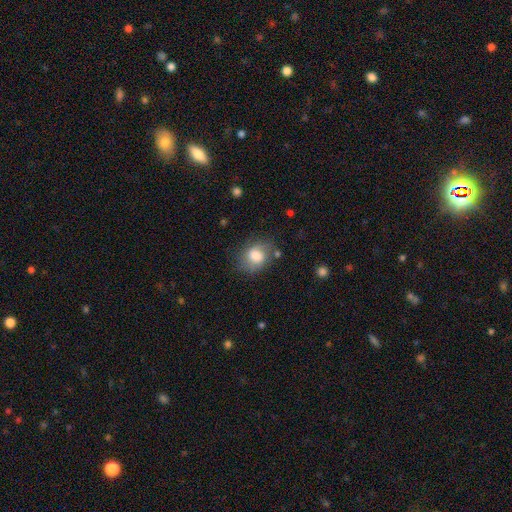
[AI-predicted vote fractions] A smooth galaxy with no disk features (77%) that is in between round and cigar-shaped (54%).

Vote fractions:
- Smooth or featured? smooth: 77% / featured or disk: 15% / star or artifact: 8%
- How rounded? in between: 54% / round: 45% / cigar-shaped: 1%
- Merging? none: 68% / minor disturbance: 21% / major disturbance: 8% / merger: 3%